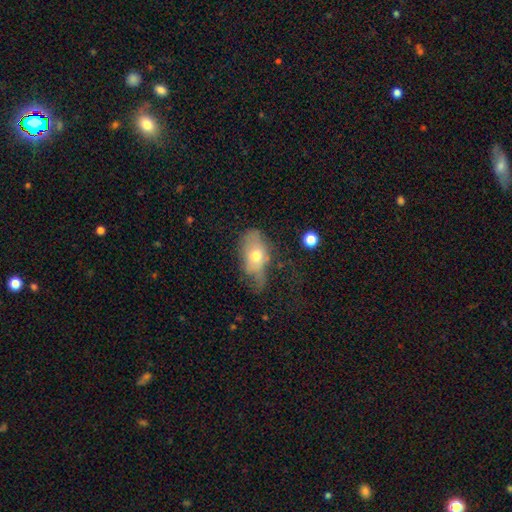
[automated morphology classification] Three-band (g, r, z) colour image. It shows a smooth galaxy with no disk features (59%) that is in between round and cigar-shaped (86%). Merging: minor disturbance (37%).